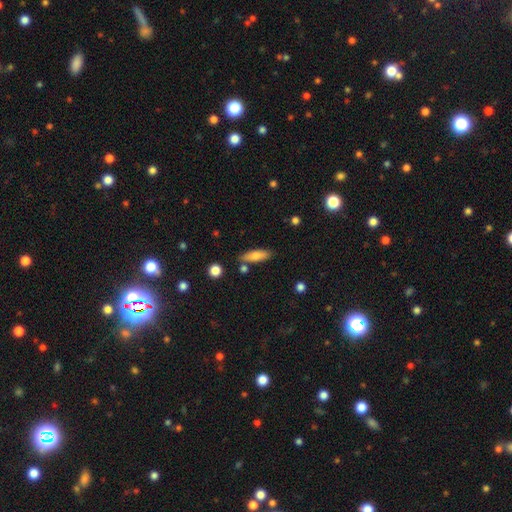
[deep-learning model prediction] The model was most divided on "how rounded" (2-way tie): cigar-shaped: 49%, in between: 49%, round: 3%. More confident: merging — none (78%); smooth or featured — smooth (76%).